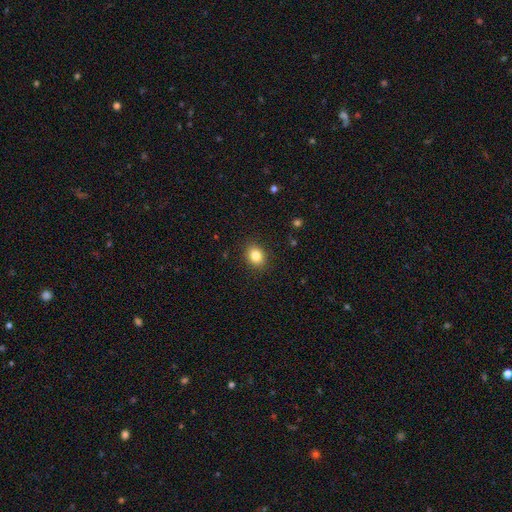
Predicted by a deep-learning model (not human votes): Smooth or featured? smooth (83%)
How rounded? round (53%)
Merging? none (89%)